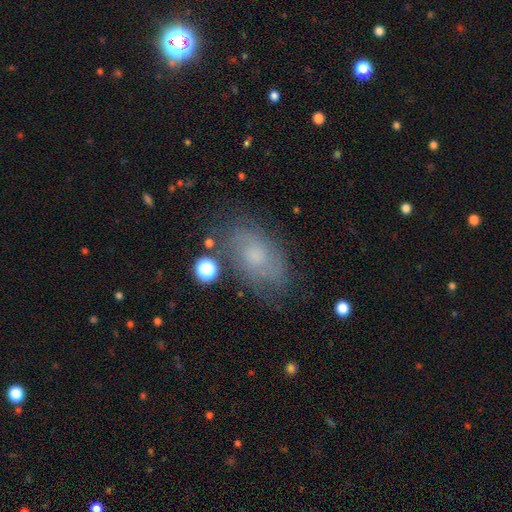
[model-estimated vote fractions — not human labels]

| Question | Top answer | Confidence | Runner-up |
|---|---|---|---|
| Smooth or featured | featured or disk | 52% | smooth (36%) |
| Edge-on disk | no | 95% | yes (5%) |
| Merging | none | 69% | minor disturbance (20%) |